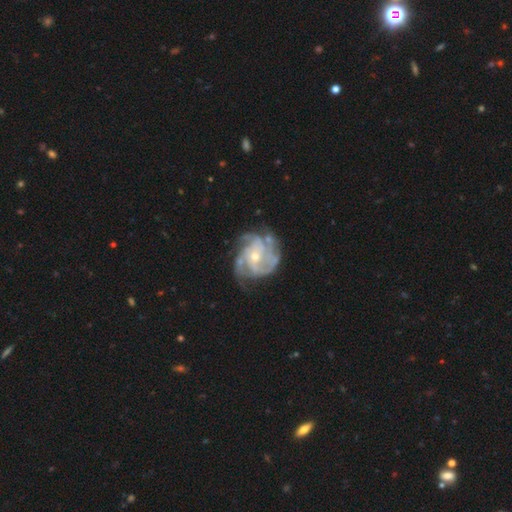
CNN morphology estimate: Smooth or featured: featured or disk — 89% (smooth — 6%)
Edge-on disk: no — 98% (yes — 2%)
Bar: no — 68% (weak — 25%)
Spiral arms: yes — 96% (no — 4%)
Spiral winding: tight — 52% (medium — 39%)
Spiral arm count: 3 — 29% (4 — 27%)
Bulge size: small — 58% (moderate — 38%)
Merging: none — 65% (minor disturbance — 21%)